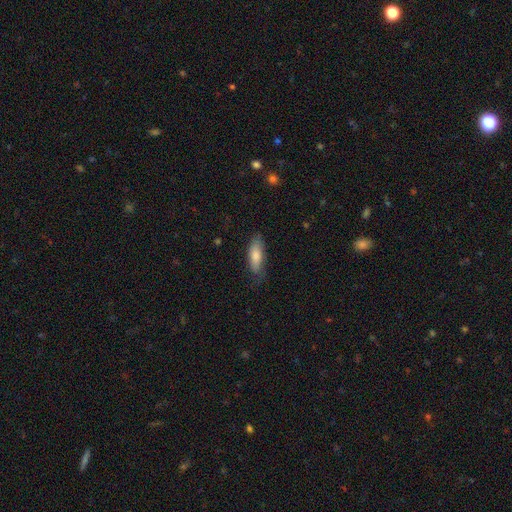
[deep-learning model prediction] Morphology: type=smooth (79%); roundness=in between (64%); merging=none (71%).